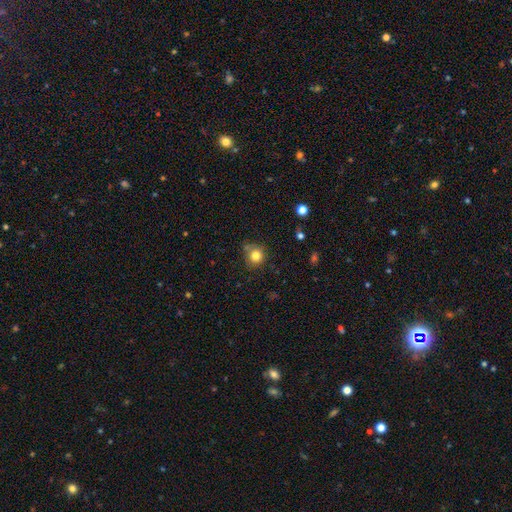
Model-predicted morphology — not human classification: Smooth or featured?
  - smooth: 81% *
  - star or artifact: 12%
  - featured or disk: 7%
How rounded?
  - round: 88% *
  - in between: 11%
  - cigar-shaped: 1%
Merging?
  - none: 68% *
  - minor disturbance: 20%
  - merger: 6%
  - major disturbance: 5%